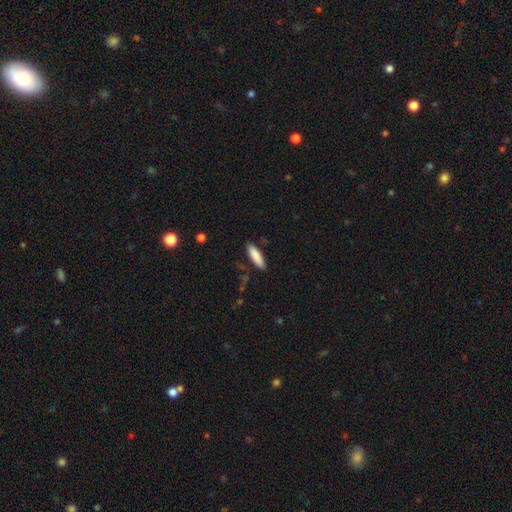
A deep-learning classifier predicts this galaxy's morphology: smooth_or_featured: smooth (p=0.87) [alt: featured or disk p=0.07]
how_rounded: cigar-shaped (p=0.64) [alt: in between p=0.35]
merging: none (p=0.86) [alt: minor disturbance p=0.10]